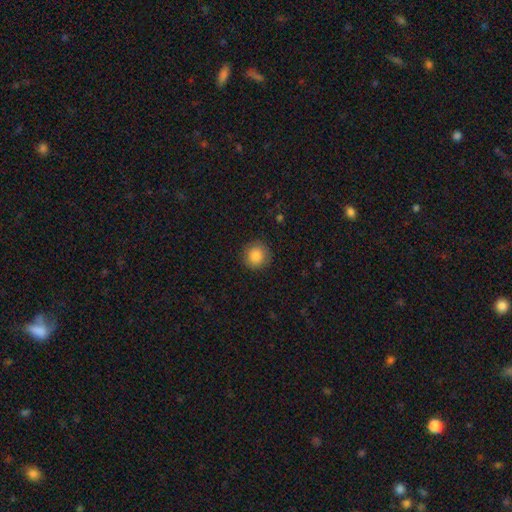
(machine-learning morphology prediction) Smooth or featured: smooth — 87% (star or artifact — 9%)
How rounded: round — 92% (in between — 7%)
Merging: none — 89% (minor disturbance — 7%)